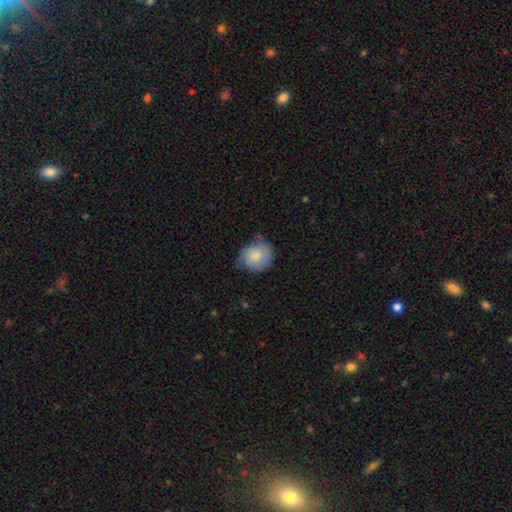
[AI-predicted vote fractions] This is clearly a smooth galaxy (81%). How rounded: likely round (70%). Merging: possibly none (57%).